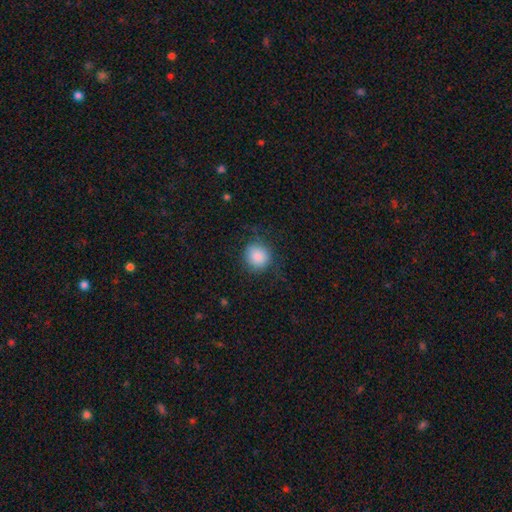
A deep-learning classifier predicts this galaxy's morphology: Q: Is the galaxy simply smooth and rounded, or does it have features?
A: smooth — 85%.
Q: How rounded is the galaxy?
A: round — 90%.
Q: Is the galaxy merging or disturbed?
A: none — 79%.